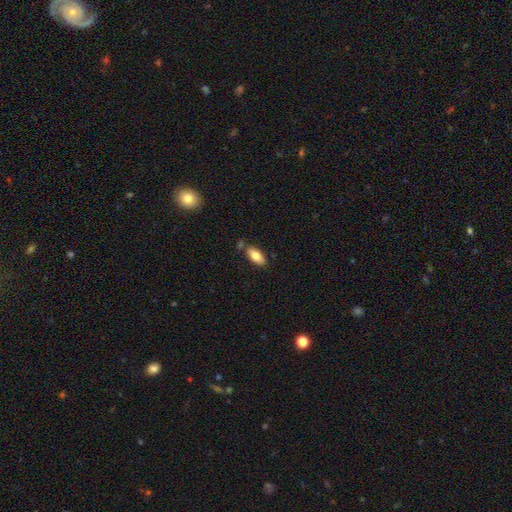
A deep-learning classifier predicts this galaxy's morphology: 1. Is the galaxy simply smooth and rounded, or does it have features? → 80% smooth, 13% featured or disk, 7% star or artifact.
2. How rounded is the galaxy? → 90% in between, 8% cigar-shaped, 2% round.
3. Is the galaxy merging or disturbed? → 78% none, 13% minor disturbance, 7% merger, 3% major disturbance.